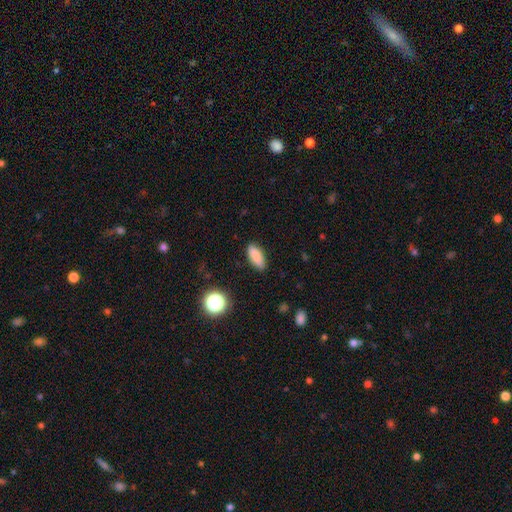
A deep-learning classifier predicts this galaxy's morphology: type=smooth (86%); roundness=in between (75%); merging=none (87%).